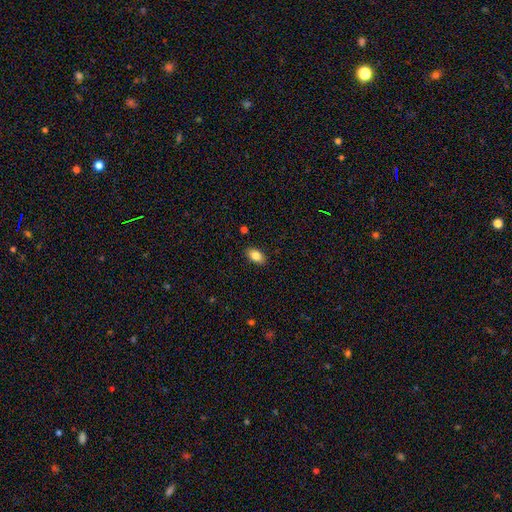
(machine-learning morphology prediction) A smooth galaxy with no disk features (84%) that is in between round and cigar-shaped (91%).

Vote fractions:
- Smooth or featured? smooth: 84% / star or artifact: 8% / featured or disk: 8%
- How rounded? in between: 91% / round: 7% / cigar-shaped: 2%
- Merging? none: 88% / minor disturbance: 9% / major disturbance: 2% / merger: 1%